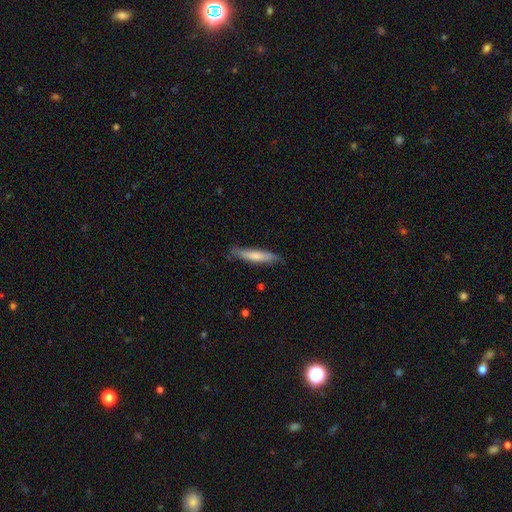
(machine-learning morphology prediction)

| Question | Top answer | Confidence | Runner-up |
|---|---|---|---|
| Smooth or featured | smooth | 69% | featured or disk (26%) |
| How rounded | cigar-shaped | 88% | in between (11%) |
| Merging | none | 77% | minor disturbance (19%) |